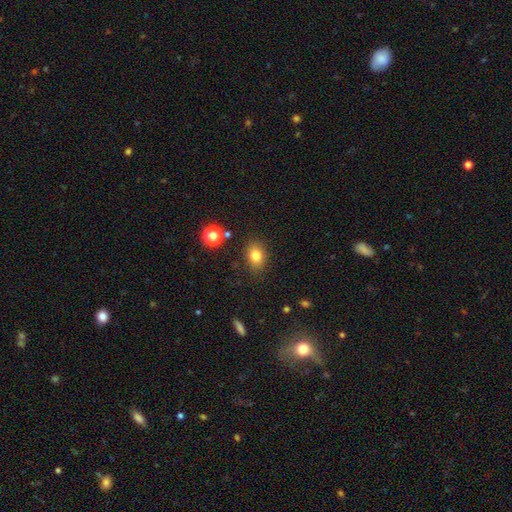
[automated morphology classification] Smooth or featured: smooth — 80% (star or artifact — 12%)
How rounded: in between — 63% (round — 36%)
Merging: none — 84% (minor disturbance — 11%)